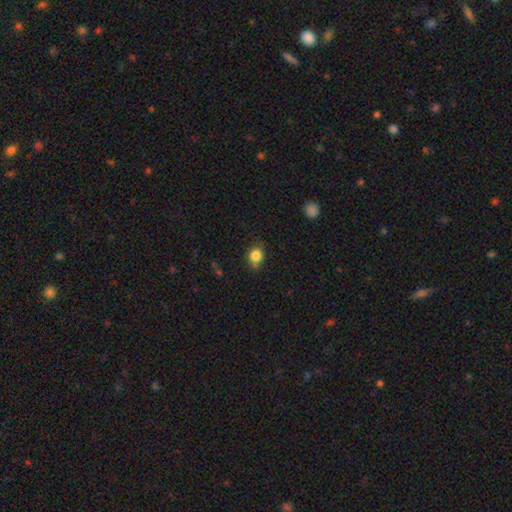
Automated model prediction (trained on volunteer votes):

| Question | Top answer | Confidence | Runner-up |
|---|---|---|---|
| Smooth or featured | smooth | 82% | star or artifact (11%) |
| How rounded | round | 68% | in between (31%) |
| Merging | none | 68% | minor disturbance (22%) |